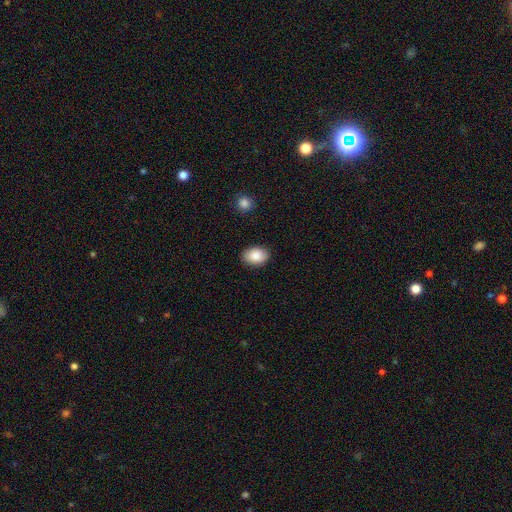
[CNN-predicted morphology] A smooth galaxy with no disk features (87%) that is in between round and cigar-shaped (81%). Merging: none (88%).